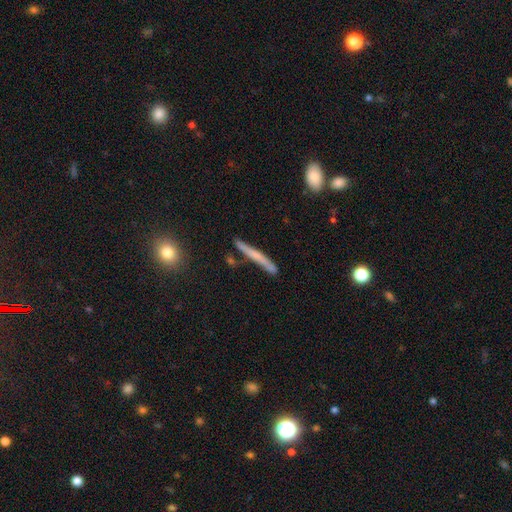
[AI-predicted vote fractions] Smooth or featured? Predicted: smooth (p=0.48). Merging? Predicted: none (p=0.81).